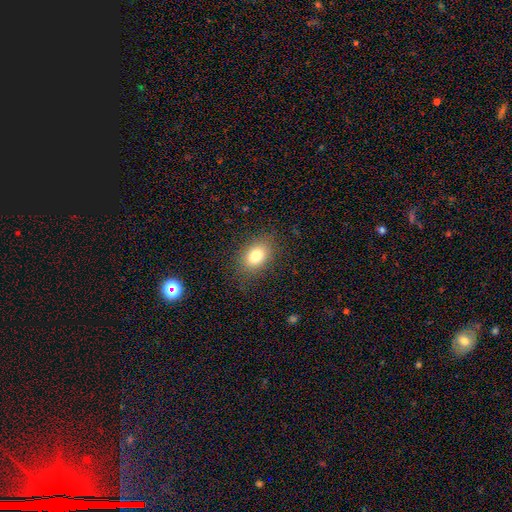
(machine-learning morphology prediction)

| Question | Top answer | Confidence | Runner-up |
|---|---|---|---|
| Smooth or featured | smooth | 80% | star or artifact (11%) |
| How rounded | in between | 74% | round (24%) |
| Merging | none | 83% | minor disturbance (11%) |